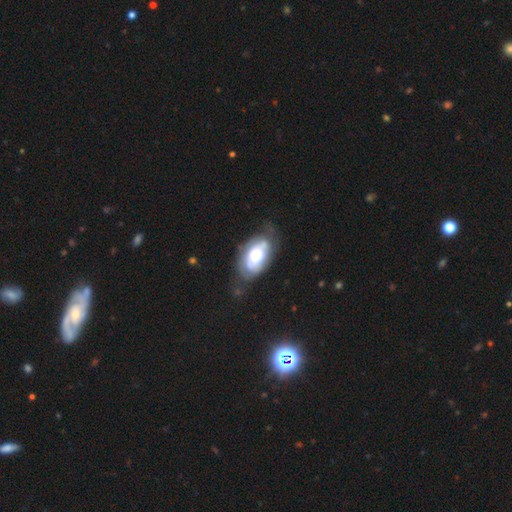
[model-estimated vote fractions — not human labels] Smooth or featured?
  - featured or disk: 49% *
  - smooth: 45%
  - star or artifact: 7%
Merging?
  - none: 54% *
  - minor disturbance: 29%
  - major disturbance: 15%
  - merger: 3%